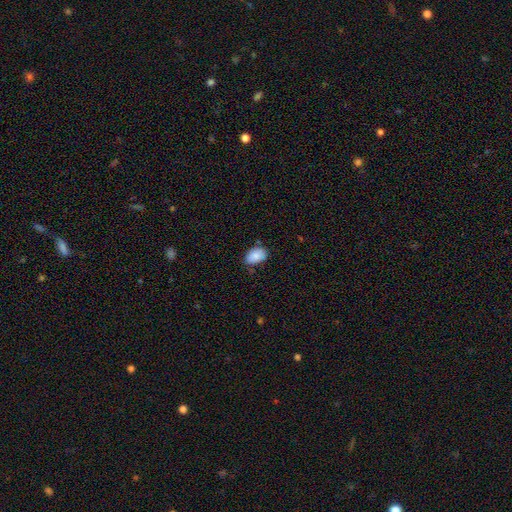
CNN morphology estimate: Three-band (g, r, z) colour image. It shows a smooth galaxy with no disk features (85%) that is in between round and cigar-shaped (86%). Merging: none (67%).